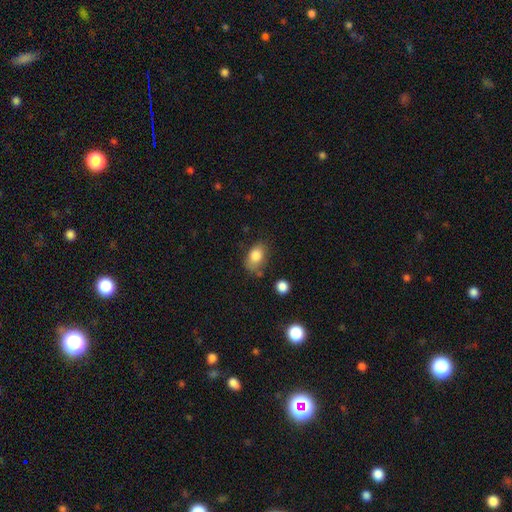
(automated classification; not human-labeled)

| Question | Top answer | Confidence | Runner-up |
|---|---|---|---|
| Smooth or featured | smooth | 82% | featured or disk (10%) |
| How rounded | in between | 83% | round (15%) |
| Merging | none | 62% | minor disturbance (25%) |